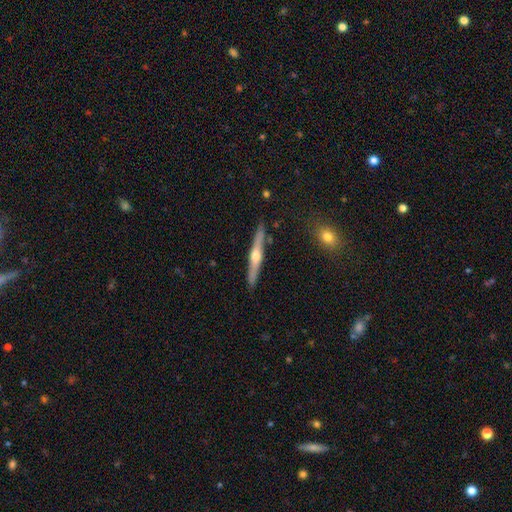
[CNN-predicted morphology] smooth-or-featured: featured or disk: 75% | smooth: 19% | star or artifact: 6%
  disk-edge-on: yes: 97% | no: 3%
    edge-on-bulge: rounded: 91% | none: 6% | boxy: 3%
  merging: none: 90% | minor disturbance: 7% | merger: 2% | major disturbance: 1%